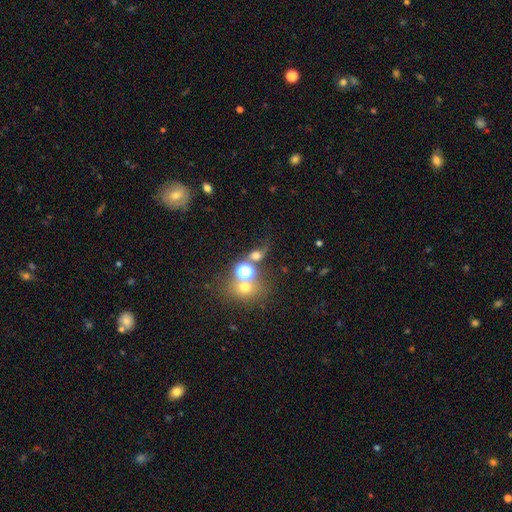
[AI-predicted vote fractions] A smooth galaxy with no disk features (55%) that is round (66%).

Vote fractions:
- Smooth or featured? smooth: 55% / star or artifact: 28% / featured or disk: 17%
- How rounded? round: 66% / in between: 31% / cigar-shaped: 2%
- Merging? none: 42% / merger: 22% / major disturbance: 20% / minor disturbance: 16%